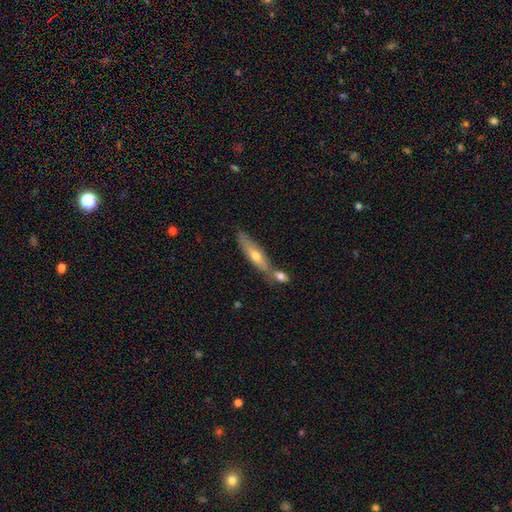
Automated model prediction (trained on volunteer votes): Smooth or featured? featured or disk (53%)
Edge-on disk? yes (79%)
Merging? none (65%)